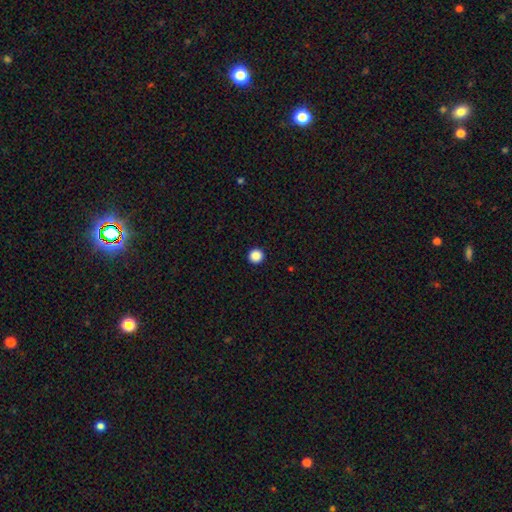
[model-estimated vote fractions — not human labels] smooth 88%, star or artifact 10%, featured or disk 2%. Down the decision tree: how rounded — round (96%); merging — none (94%).